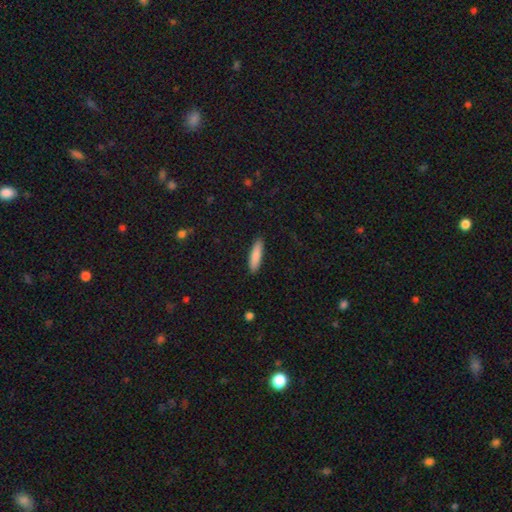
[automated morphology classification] This is clearly a smooth galaxy (86%). How rounded: likely cigar-shaped (76%). Merging: clearly none (89%).